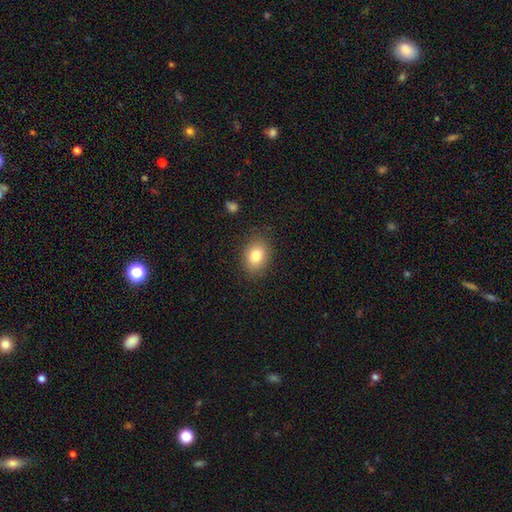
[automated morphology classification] Smooth or featured: smooth — 80% (featured or disk — 10%)
How rounded: in between — 60% (round — 39%)
Merging: none — 85% (minor disturbance — 10%)